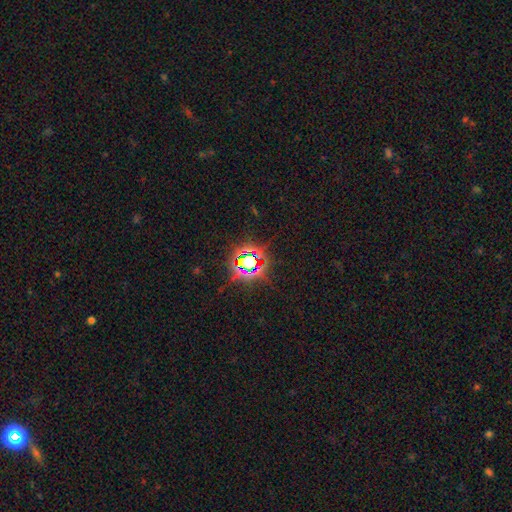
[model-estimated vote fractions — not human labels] Smooth or featured?
  - star or artifact: 76% *
  - smooth: 15%
  - featured or disk: 9%